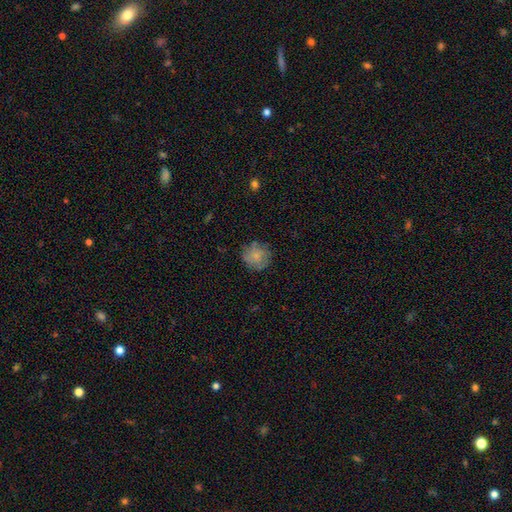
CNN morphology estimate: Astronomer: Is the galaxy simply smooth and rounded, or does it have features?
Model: smooth — 74%.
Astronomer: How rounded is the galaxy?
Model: round — 91%.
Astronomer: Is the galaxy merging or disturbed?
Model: none — 77%.